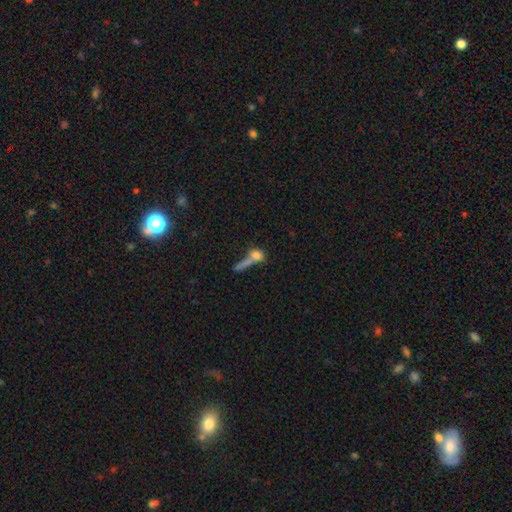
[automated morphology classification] This is likely a smooth galaxy (69%). How rounded: possibly round (45%). Merging: marginally merger (43%).